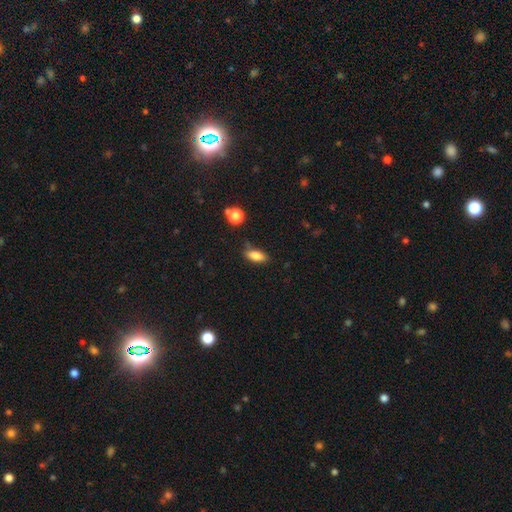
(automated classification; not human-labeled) Smooth or featured? smooth (81%)
How rounded? in between (80%)
Merging? none (73%)